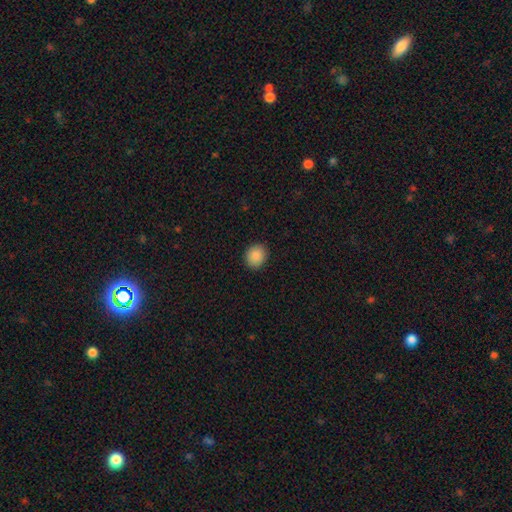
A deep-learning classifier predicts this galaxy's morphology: This is clearly a smooth galaxy (88%). How rounded: likely round (69%). Merging: clearly none (91%).